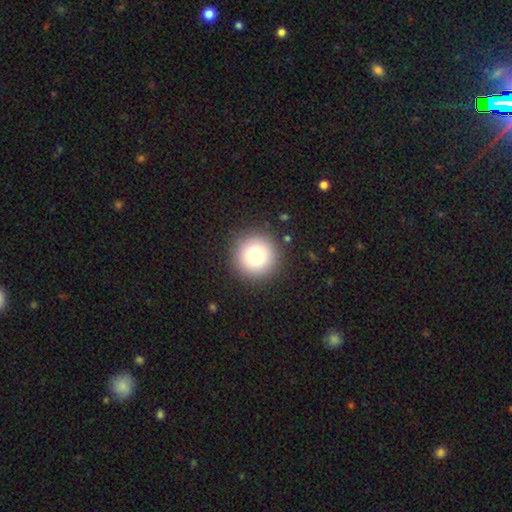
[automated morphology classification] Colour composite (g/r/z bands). It shows a smooth galaxy with no disk features (79%) that is round (95%). Merging: none (90%).